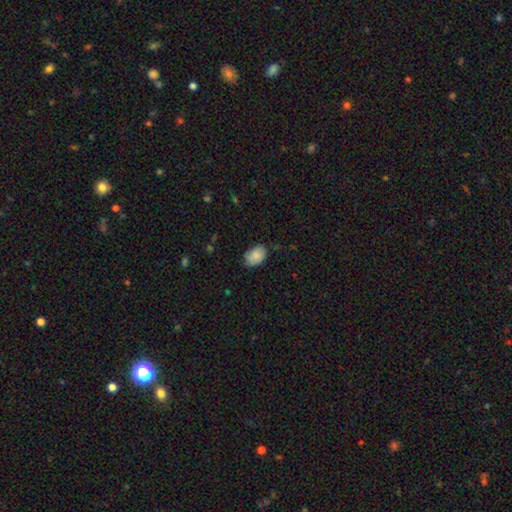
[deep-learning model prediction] A smooth galaxy with no disk features (83%) that is in between round and cigar-shaped (85%).

Vote fractions:
- Smooth or featured? smooth: 83% / featured or disk: 10% / star or artifact: 7%
- How rounded? in between: 85% / round: 14% / cigar-shaped: 1%
- Merging? none: 69% / minor disturbance: 25% / major disturbance: 4% / merger: 1%